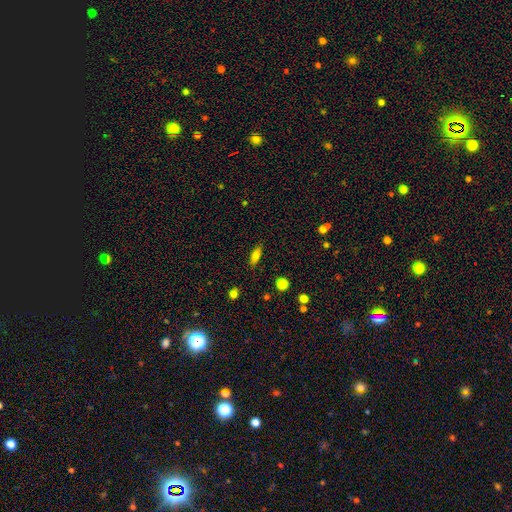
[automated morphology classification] smooth_or_featured: smooth (p=0.74) [alt: featured or disk p=0.17]
how_rounded: in between (p=0.65) [alt: cigar-shaped p=0.31]
merging: none (p=0.86) [alt: minor disturbance p=0.10]